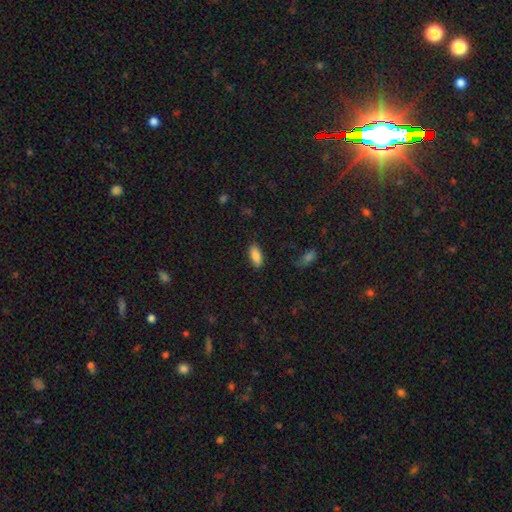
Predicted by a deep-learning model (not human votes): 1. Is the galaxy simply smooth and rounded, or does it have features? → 85% smooth, 8% featured or disk, 7% star or artifact.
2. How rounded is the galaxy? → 82% in between, 16% cigar-shaped, 2% round.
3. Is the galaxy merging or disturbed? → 84% none, 12% minor disturbance, 3% major disturbance, 1% merger.